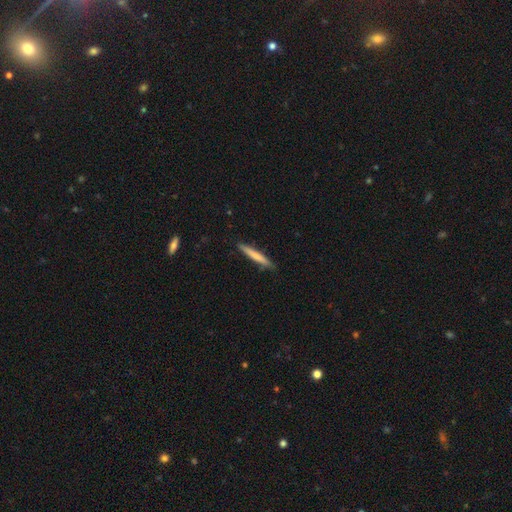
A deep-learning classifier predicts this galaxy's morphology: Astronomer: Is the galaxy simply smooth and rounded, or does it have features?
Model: smooth — 71%.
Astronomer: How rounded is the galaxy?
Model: cigar-shaped — 95%.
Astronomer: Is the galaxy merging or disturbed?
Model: none — 86%.